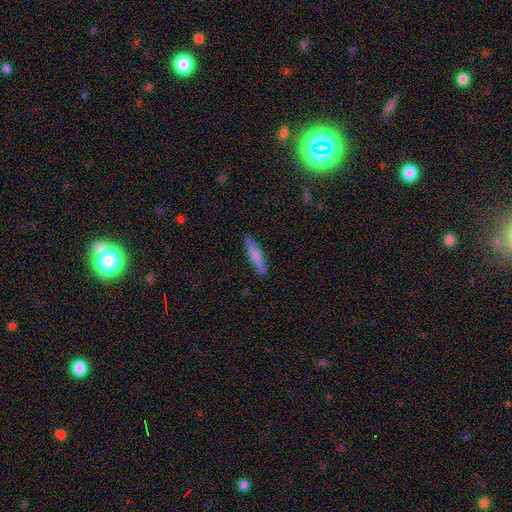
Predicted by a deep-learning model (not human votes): A smooth galaxy with no disk features (75%) that is cigar-shaped (84%). Merging: none (87%).